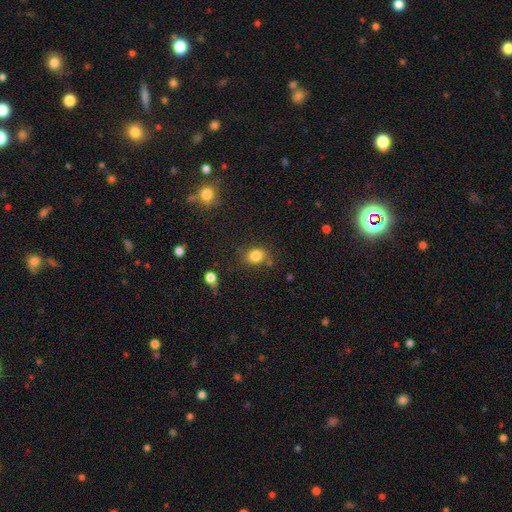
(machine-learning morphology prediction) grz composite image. It shows a smooth galaxy with no disk features (83%) that is round (55%). Merging: none (75%).